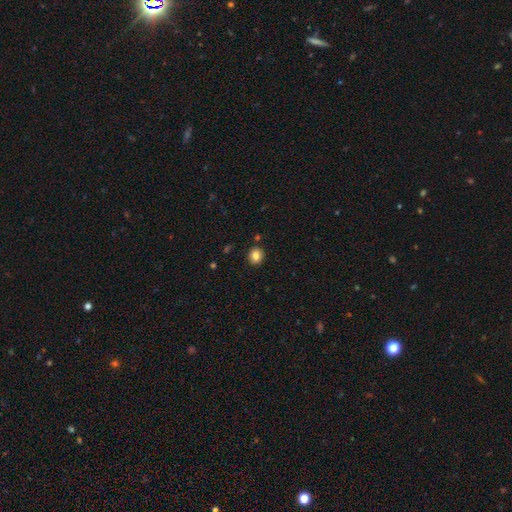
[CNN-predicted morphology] This appears to be a smooth galaxy with no disk features (84%) that is round (74%). Merging: none (89%).